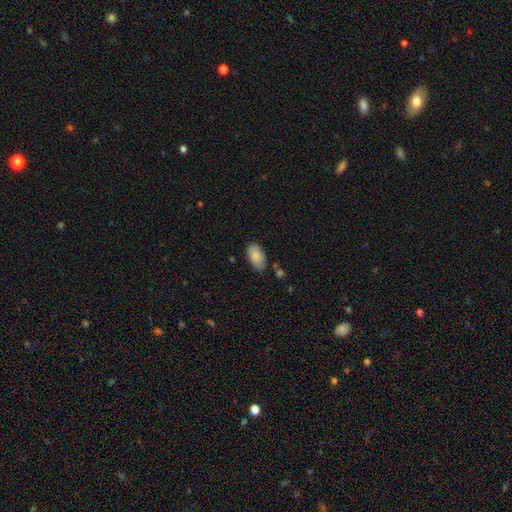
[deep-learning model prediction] The model was most divided on "merging": none: 76%, minor disturbance: 17%, merger: 4%, major disturbance: 3%. More confident: how rounded — in between (95%); smooth or featured — smooth (86%).